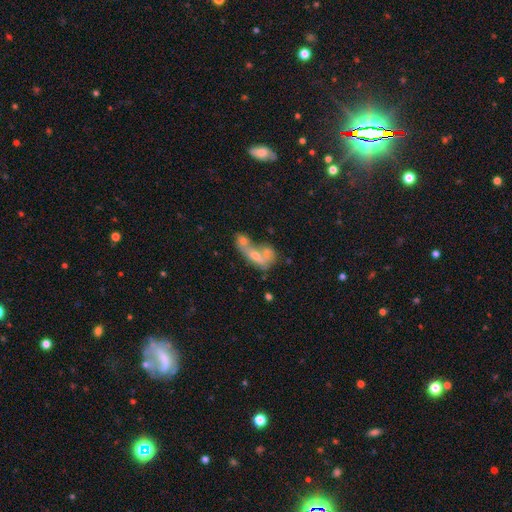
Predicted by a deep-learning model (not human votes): Smooth or featured: featured or disk — 45% (smooth — 41%)
Merging: merger — 65% (none — 16%)